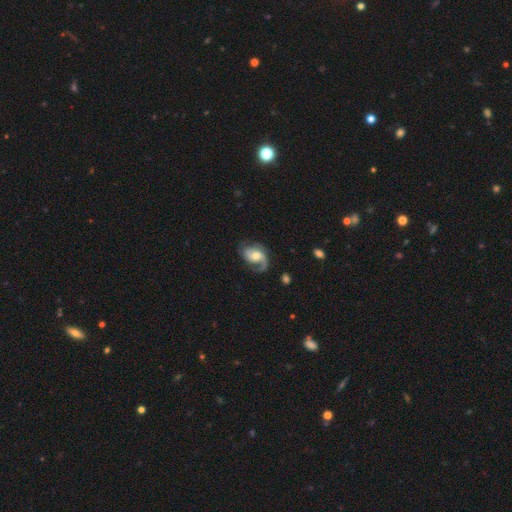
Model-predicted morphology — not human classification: This is likely a featured or disk galaxy (76%). It is clearly not viewed edge-on (97%). Bar: likely no (63%). Spiral arm pattern: clearly yes (93%). Spiral arm count: possibly 2 (53%). Spiral winding: marginally medium (42%). Central bulge: likely moderate (66%). Merging: possibly none (56%).